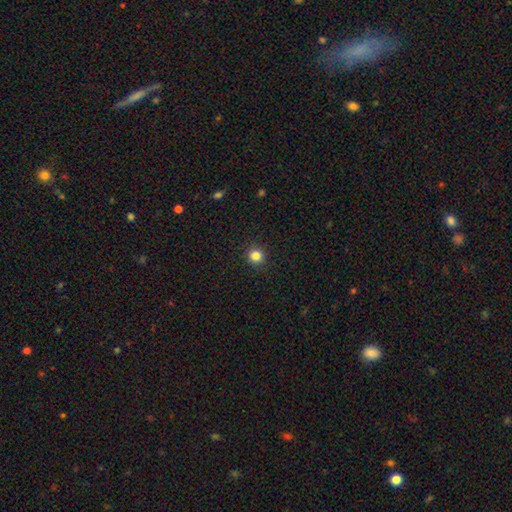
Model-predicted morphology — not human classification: Smooth or featured?
  - smooth: 83% *
  - star or artifact: 12%
  - featured or disk: 4%
How rounded?
  - round: 93% *
  - in between: 6%
  - cigar-shaped: 1%
Merging?
  - none: 92% *
  - minor disturbance: 5%
  - major disturbance: 2%
  - merger: 1%